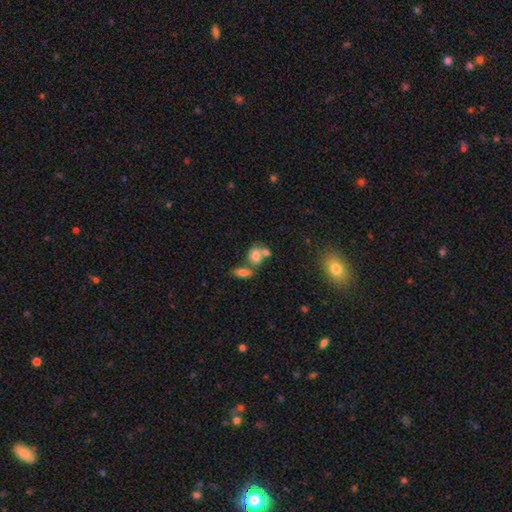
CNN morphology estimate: This appears to be a smooth galaxy with no disk features (77%) that is in between round and cigar-shaped (62%). Merging: merger (43%).